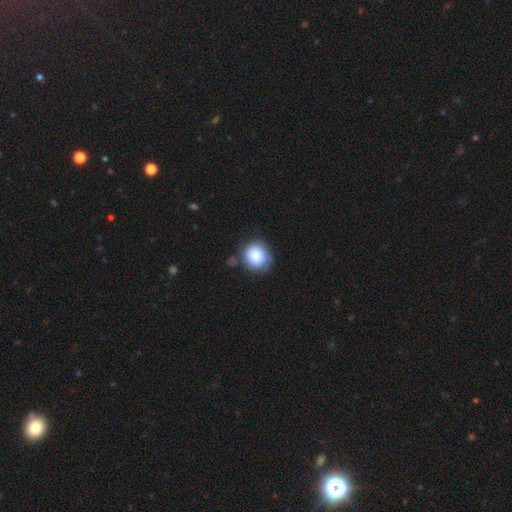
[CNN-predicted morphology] A smooth galaxy with no disk features (80%) that is round (78%).

Vote fractions:
- Smooth or featured? smooth: 80% / featured or disk: 12% / star or artifact: 8%
- How rounded? round: 78% / in between: 22% / cigar-shaped: 1%
- Merging? none: 62% / minor disturbance: 24% / major disturbance: 8% / merger: 6%